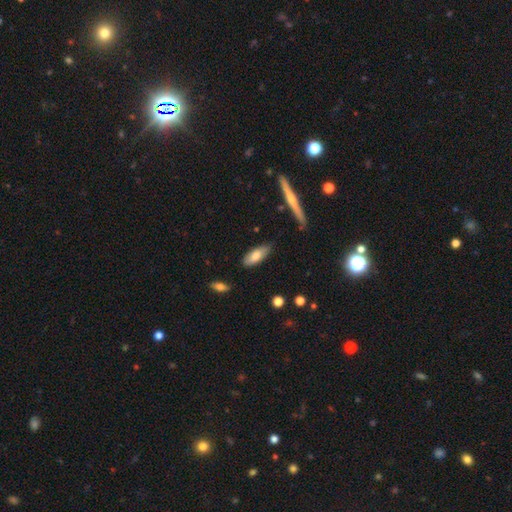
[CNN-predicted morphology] Smooth or featured: smooth — 76% (featured or disk — 18%)
How rounded: in between — 74% (cigar-shaped — 24%)
Merging: none — 78% (minor disturbance — 17%)